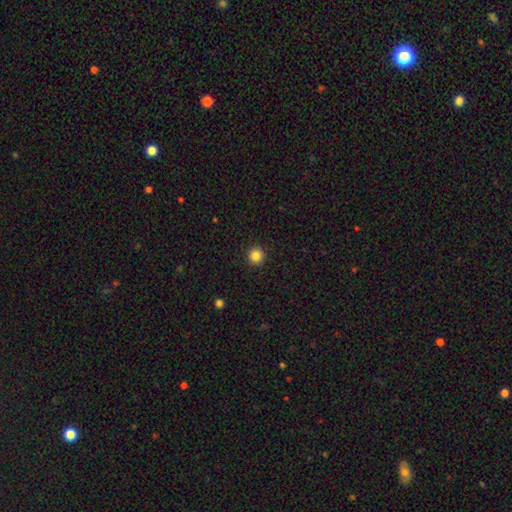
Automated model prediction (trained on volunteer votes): Q: Smooth or featured?
A: smooth (84%); runner-up: star or artifact (11%)
Q: How rounded?
A: round (95%); runner-up: in between (4%)
Q: Merging?
A: none (93%); runner-up: minor disturbance (5%)